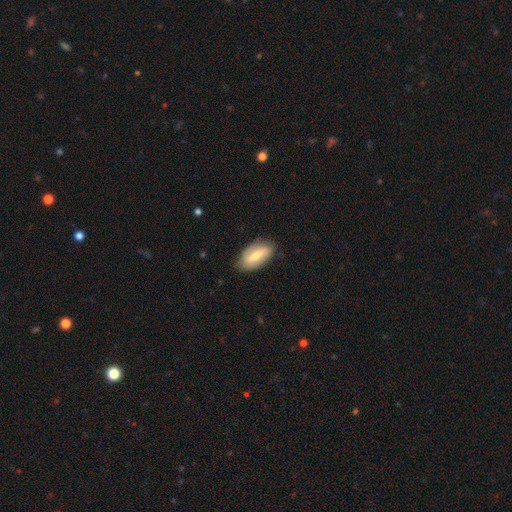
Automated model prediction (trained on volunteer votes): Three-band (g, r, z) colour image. It shows a smooth galaxy with no disk features (49%). Merging: none (83%).